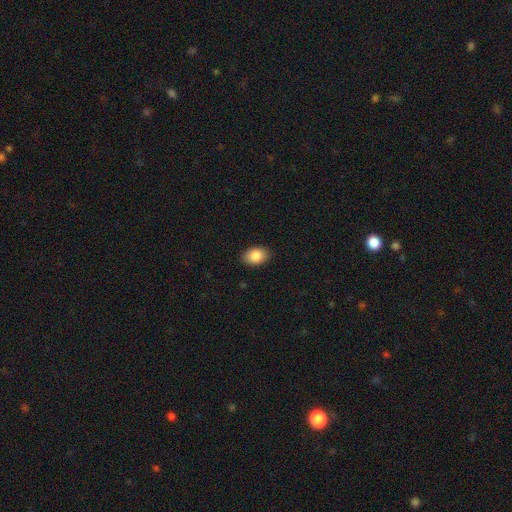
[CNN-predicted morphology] A smooth galaxy with no disk features (86%) that is in between round and cigar-shaped (81%).

Vote fractions:
- Smooth or featured? smooth: 86% / star or artifact: 8% / featured or disk: 6%
- How rounded? in between: 81% / round: 18% / cigar-shaped: 1%
- Merging? none: 89% / minor disturbance: 8% / major disturbance: 2% / merger: 1%